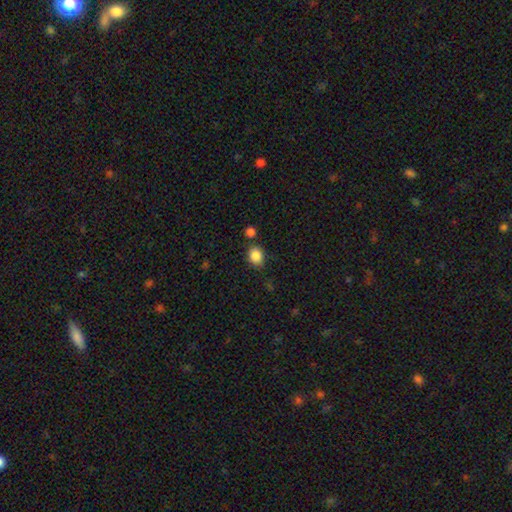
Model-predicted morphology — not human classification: Smooth or featured: smooth — 87% (star or artifact — 9%)
How rounded: round — 53% (in between — 46%)
Merging: none — 74% (minor disturbance — 14%)